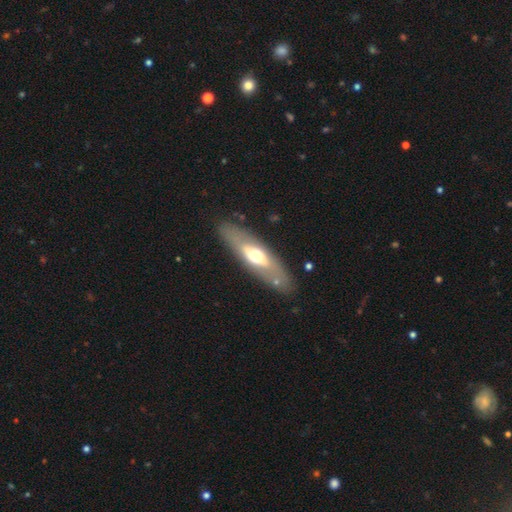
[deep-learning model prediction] featured or disk 48%, smooth 46%, star or artifact 6%. Down the decision tree: merging — none (83%).